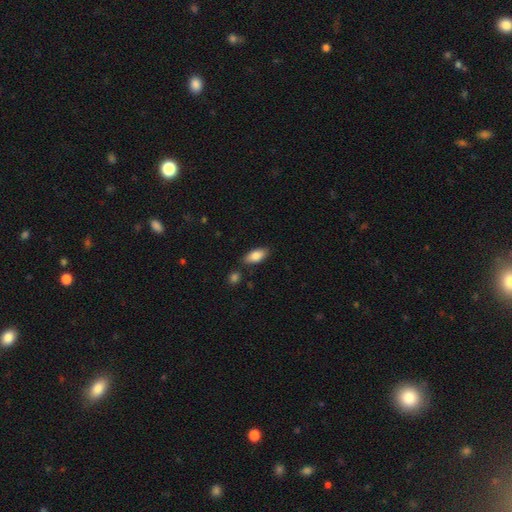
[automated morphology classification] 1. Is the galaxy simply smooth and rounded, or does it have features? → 84% smooth, 10% featured or disk, 7% star or artifact.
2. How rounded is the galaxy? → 88% in between, 9% cigar-shaped, 3% round.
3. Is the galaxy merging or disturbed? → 81% none, 12% minor disturbance, 4% merger, 3% major disturbance.